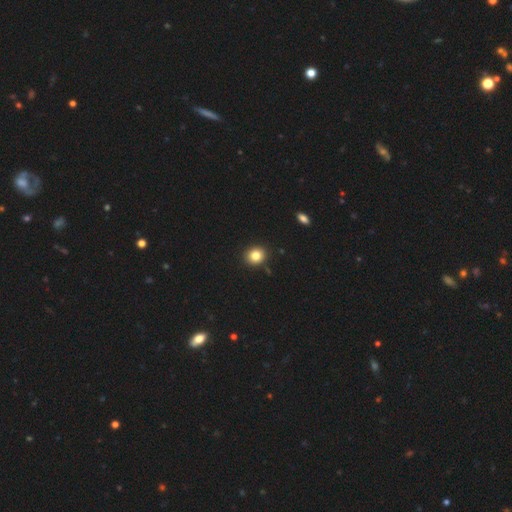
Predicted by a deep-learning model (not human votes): smooth-or-featured: smooth: 83% | star or artifact: 12% | featured or disk: 6%
  how-rounded: round: 76% | in between: 23% | cigar-shaped: 1%
  merging: none: 90% | minor disturbance: 7% | merger: 2% | major disturbance: 2%